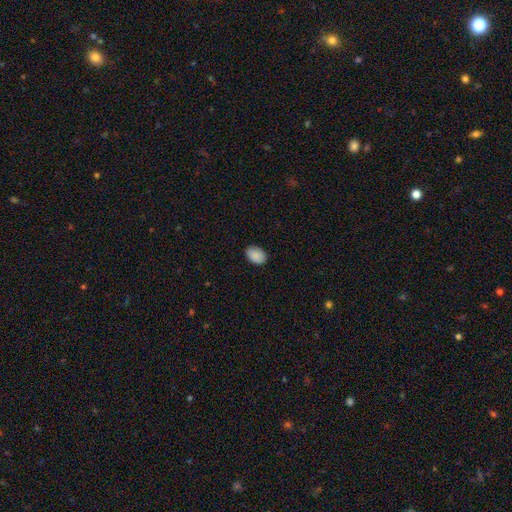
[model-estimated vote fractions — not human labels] Morphology: type=smooth (89%); roundness=in between (79%); merging=none (85%).